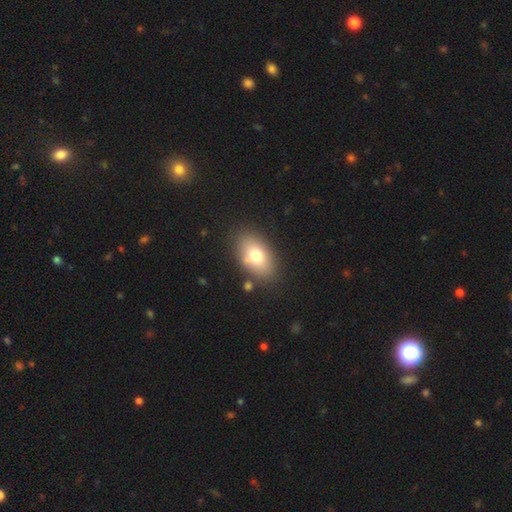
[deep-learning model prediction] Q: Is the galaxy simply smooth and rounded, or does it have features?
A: smooth — 75%.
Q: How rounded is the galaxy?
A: in between — 89%.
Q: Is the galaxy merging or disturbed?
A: none — 81%.